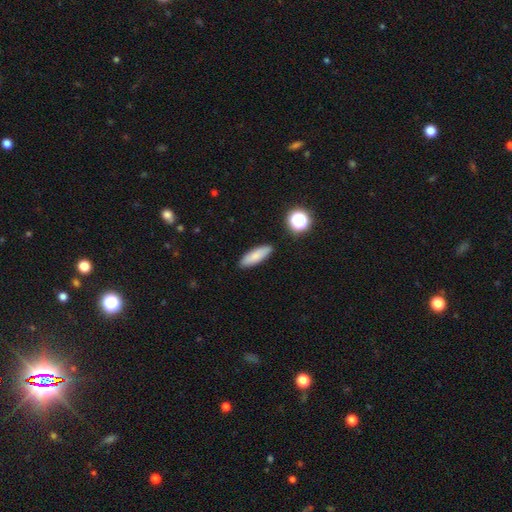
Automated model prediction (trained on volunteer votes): Smooth or featured: smooth — 82% (featured or disk — 10%)
How rounded: in between — 54% (cigar-shaped — 43%)
Merging: none — 87% (minor disturbance — 9%)